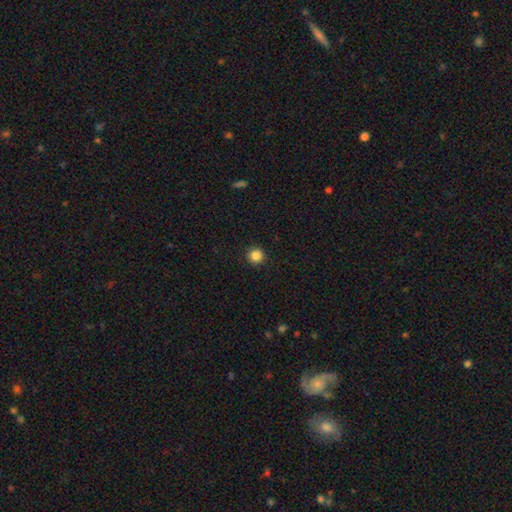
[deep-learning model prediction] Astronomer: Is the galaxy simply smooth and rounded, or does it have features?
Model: smooth — 86%.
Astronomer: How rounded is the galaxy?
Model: round — 96%.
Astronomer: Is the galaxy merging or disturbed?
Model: none — 93%.